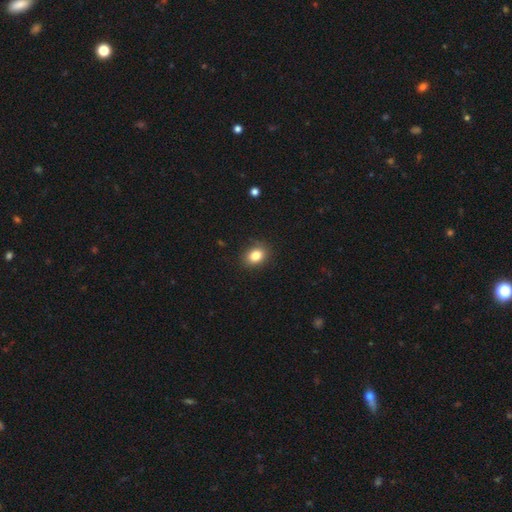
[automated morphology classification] Smooth or featured? Predicted: smooth (p=0.84). How rounded? Predicted: in between (p=0.65). Merging? Predicted: none (p=0.88).